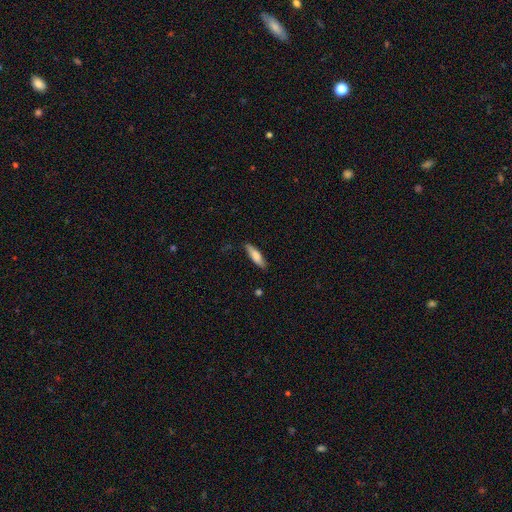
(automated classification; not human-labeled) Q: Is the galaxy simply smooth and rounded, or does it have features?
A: smooth — 76%.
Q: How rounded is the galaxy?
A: cigar-shaped — 66%.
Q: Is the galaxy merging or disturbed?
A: none — 83%.